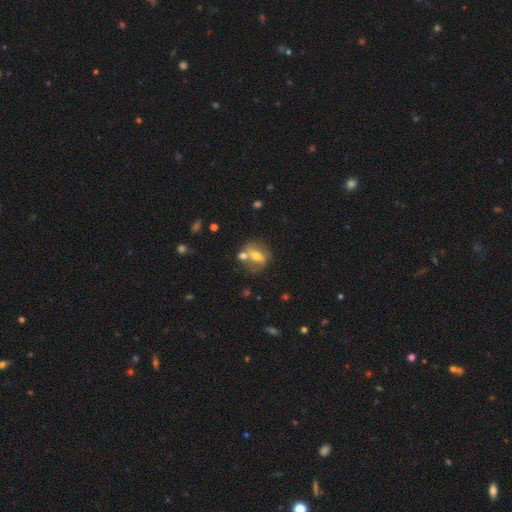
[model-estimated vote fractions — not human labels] The model was most divided on "smooth or featured": featured or disk: 48%, smooth: 42%, star or artifact: 10%. More confident: merging — none (53%).